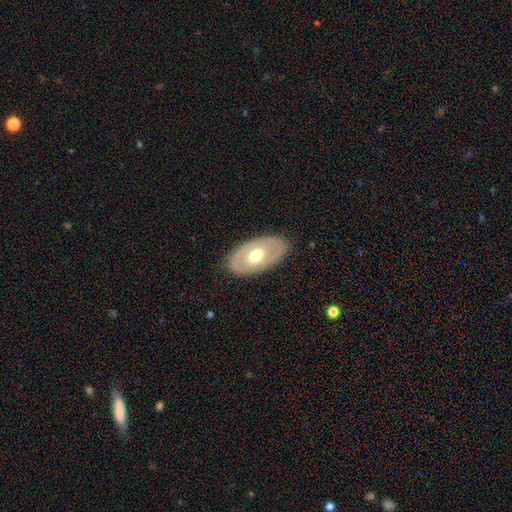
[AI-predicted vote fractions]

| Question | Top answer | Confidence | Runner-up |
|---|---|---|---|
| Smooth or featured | featured or disk | 53% | smooth (42%) |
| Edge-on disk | no | 86% | yes (14%) |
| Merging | none | 85% | minor disturbance (11%) |